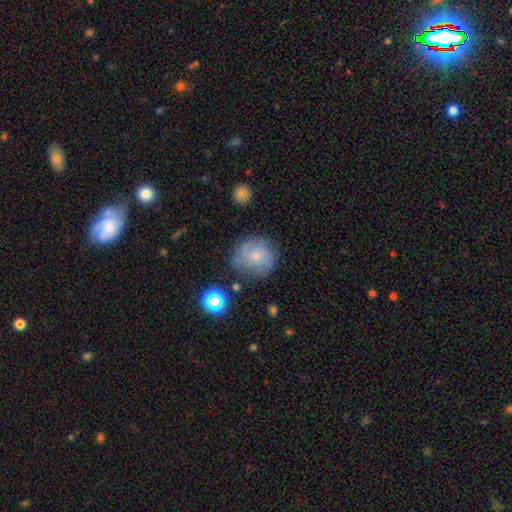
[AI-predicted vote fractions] A smooth galaxy with no disk features (56%) that is round (87%). Merging: none (67%).